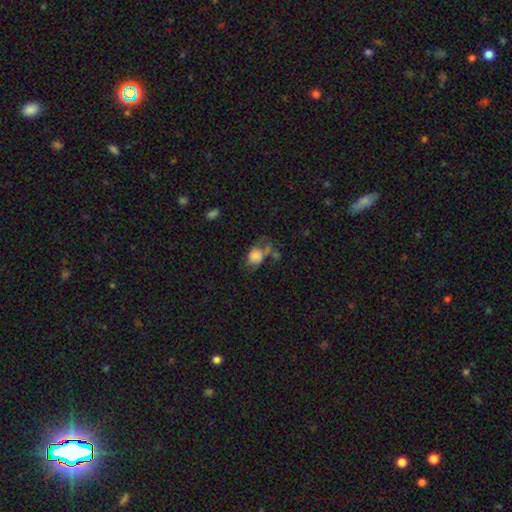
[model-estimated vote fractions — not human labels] A smooth galaxy with no disk features (68%) that is in between round and cigar-shaped (68%). Merging: major disturbance (30%).